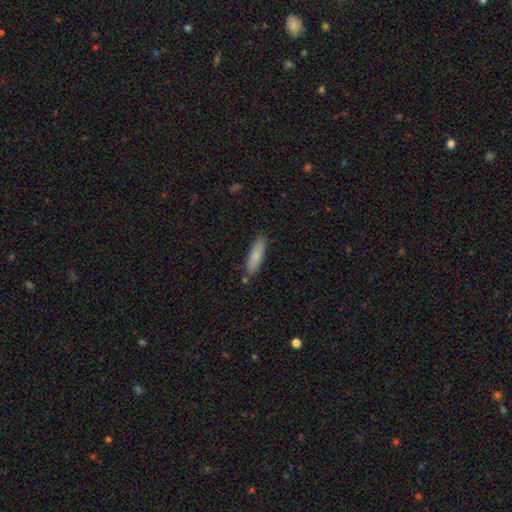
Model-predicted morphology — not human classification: Smooth or featured?
  - smooth: 84% *
  - featured or disk: 10%
  - star or artifact: 6%
How rounded?
  - cigar-shaped: 68% *
  - in between: 31%
  - round: 1%
Merging?
  - none: 82% *
  - minor disturbance: 12%
  - merger: 4%
  - major disturbance: 2%